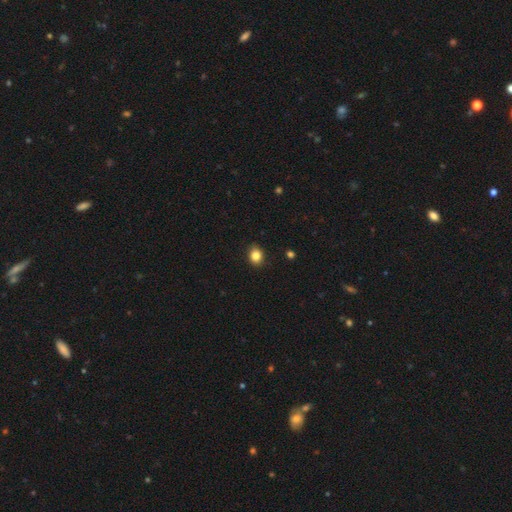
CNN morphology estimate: This appears to be a smooth galaxy with no disk features (84%) that is round (59%). Merging: none (87%).